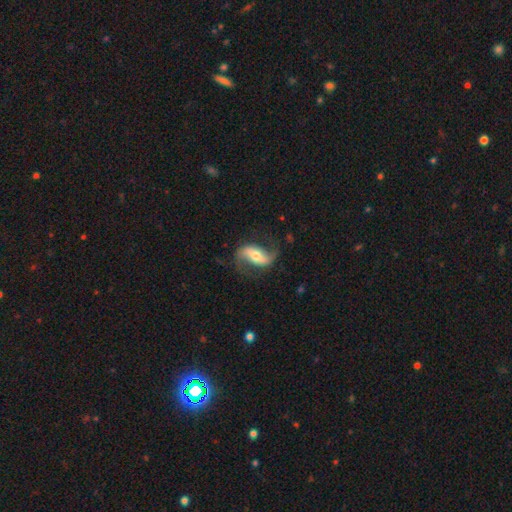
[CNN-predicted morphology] A featured or disk galaxy (82%) with a strong bar (42%), 2 (92%) loose (65%) spiral arms (94%) and a moderate central bulge (58%).

Vote fractions:
- Smooth or featured? featured or disk: 82% / smooth: 13% / star or artifact: 5%
- Edge-on disk? no: 95% / yes: 5%
- Bar? strong: 42% / weak: 31% / no: 27%
- Spiral arms? yes: 94% / no: 6%
- Spiral winding? loose: 65% / medium: 28% / tight: 8%
- Spiral arm count? 2: 92% / can't tell: 3% / 1: 2% / 3: 1% / 4: 1% / more than 4: 1%
- Bulge size? moderate: 58% / small: 31% / large: 8% / none: 2% / dominant: 2%
- Merging? none: 73% / minor disturbance: 15% / major disturbance: 10% / merger: 1%